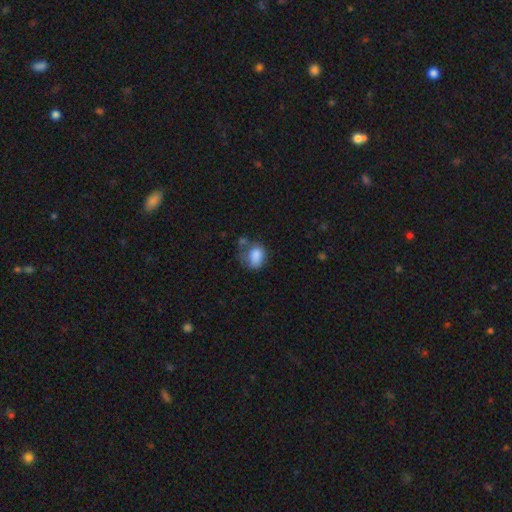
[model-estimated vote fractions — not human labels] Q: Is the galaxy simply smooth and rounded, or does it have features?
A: smooth — 82%.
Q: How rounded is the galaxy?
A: in between — 68%.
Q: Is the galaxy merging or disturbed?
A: none — 40%.